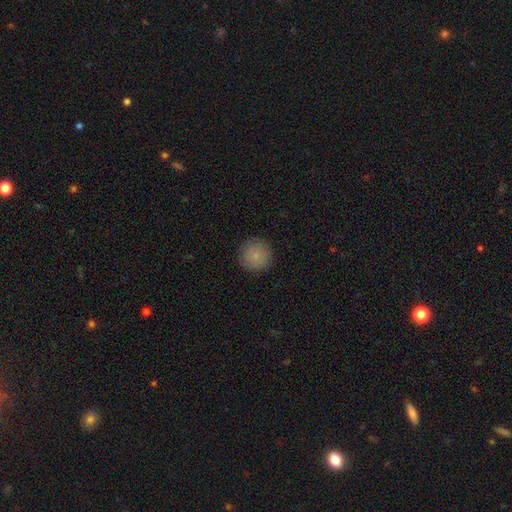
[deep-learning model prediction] Smooth or featured? smooth (84%)
How rounded? round (95%)
Merging? none (89%)